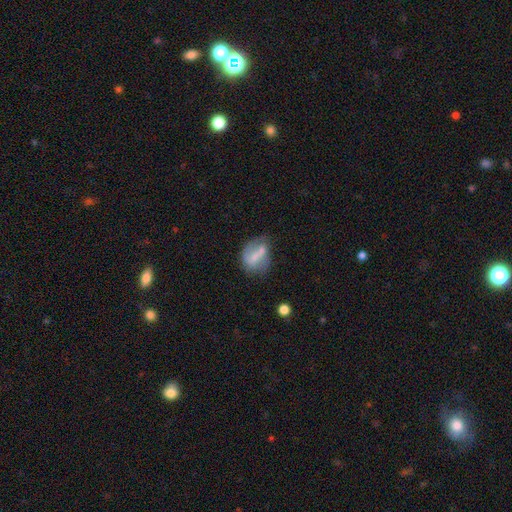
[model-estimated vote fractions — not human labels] Smooth or featured? Predicted: featured or disk (p=0.49). Merging? Predicted: none (p=0.45).